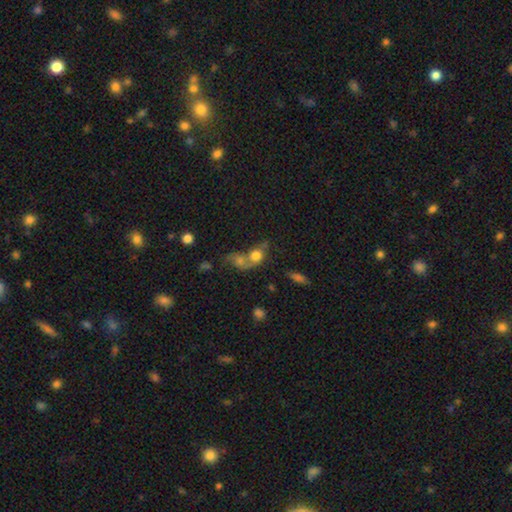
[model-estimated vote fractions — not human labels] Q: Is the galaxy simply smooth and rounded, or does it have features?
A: smooth — 68%.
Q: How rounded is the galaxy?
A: round — 60%.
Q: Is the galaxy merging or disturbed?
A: merger — 64%.